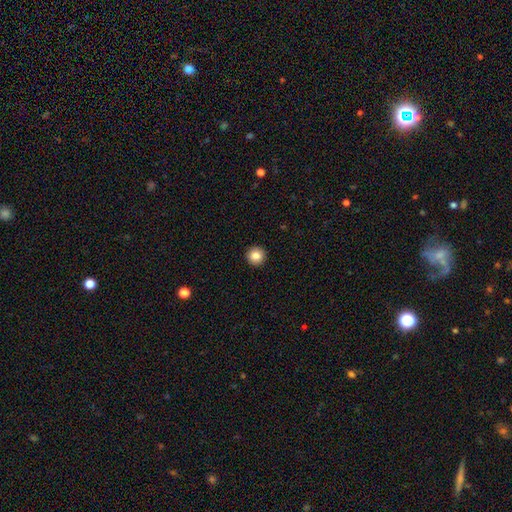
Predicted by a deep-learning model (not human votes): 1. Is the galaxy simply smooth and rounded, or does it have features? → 84% smooth, 9% star or artifact, 6% featured or disk.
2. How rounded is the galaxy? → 96% round, 3% in between, 1% cigar-shaped.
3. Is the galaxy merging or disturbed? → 94% none, 4% minor disturbance, 1% major disturbance, 1% merger.